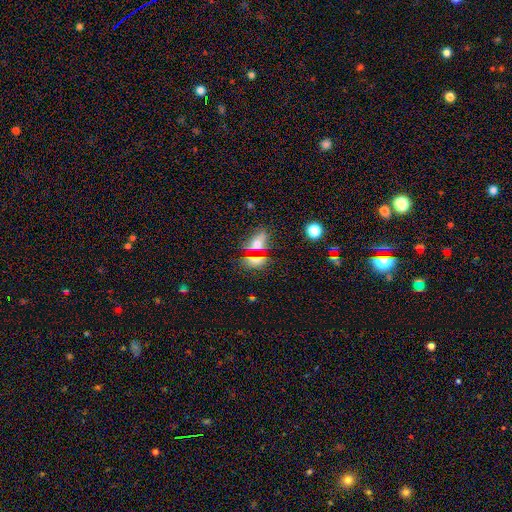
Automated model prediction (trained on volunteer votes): Overall: smooth (62%). How rounded: in between (68%). Merging: none (54%; merger 27%).